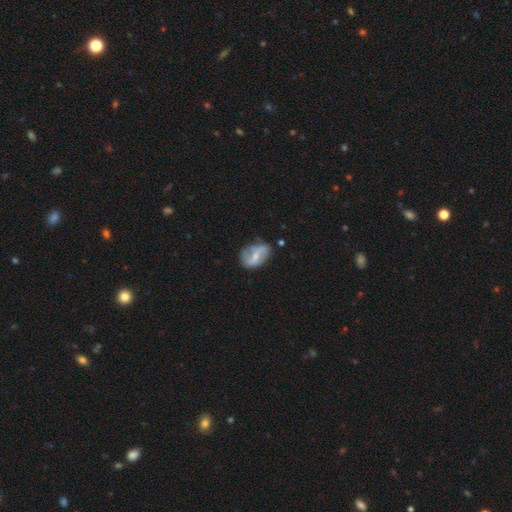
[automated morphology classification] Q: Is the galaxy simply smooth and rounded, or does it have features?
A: featured or disk — 56%.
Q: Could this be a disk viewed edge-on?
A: no — 95%.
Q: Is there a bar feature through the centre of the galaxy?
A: weak — 41%.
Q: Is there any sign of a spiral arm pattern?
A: yes — 55%.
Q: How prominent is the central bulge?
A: small — 51%.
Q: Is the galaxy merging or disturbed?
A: none — 56%.